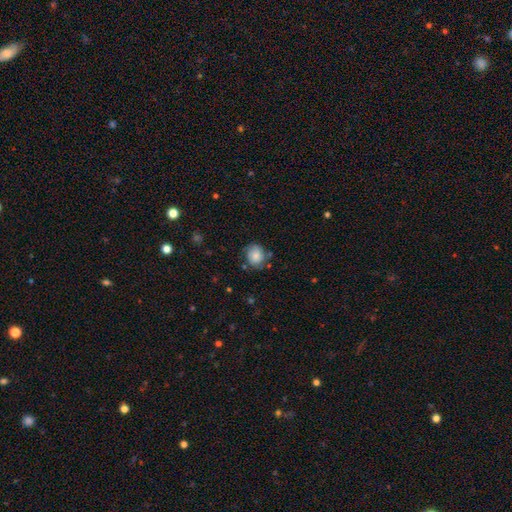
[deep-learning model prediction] A smooth galaxy with no disk features (72%) that is round (66%). Merging: none (67%).